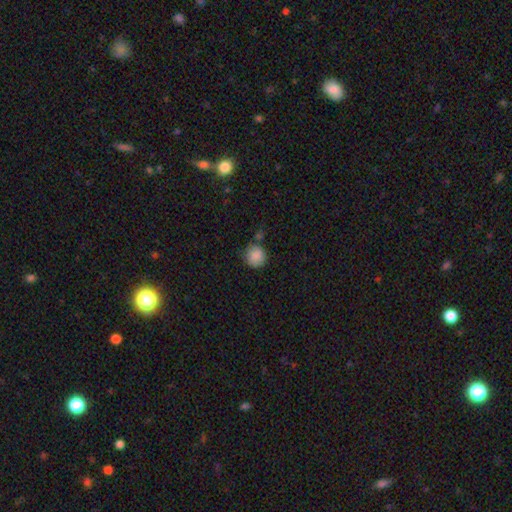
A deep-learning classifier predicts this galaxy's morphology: type=smooth (87%); roundness=round (91%); merging=none (69%).